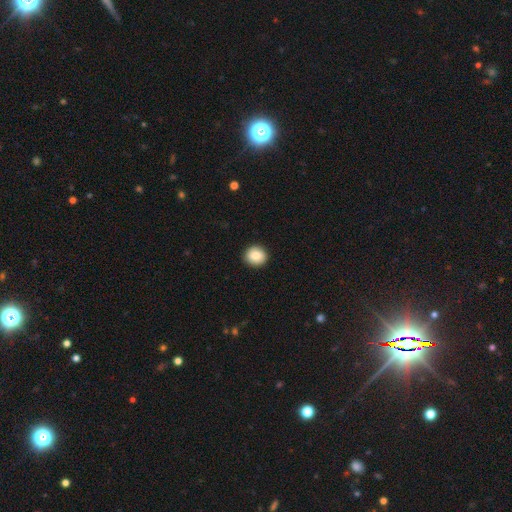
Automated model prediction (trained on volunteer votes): smooth 86%, star or artifact 8%, featured or disk 6%. Down the decision tree: how rounded — round (85%); merging — none (91%).